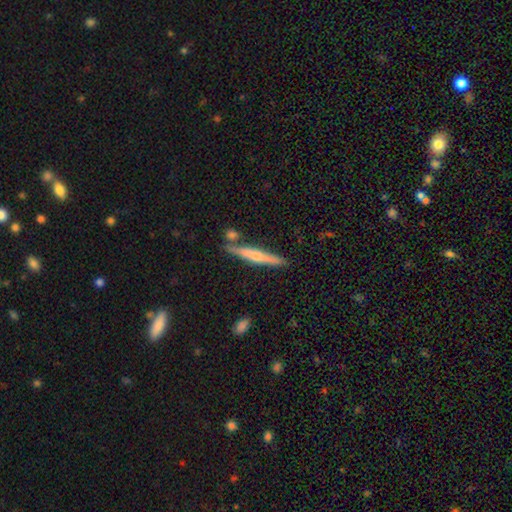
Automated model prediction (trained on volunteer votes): A featured or disk galaxy (53%) viewed edge-on (96%) with a rounded central bulge (69%). Merging: none (77%).